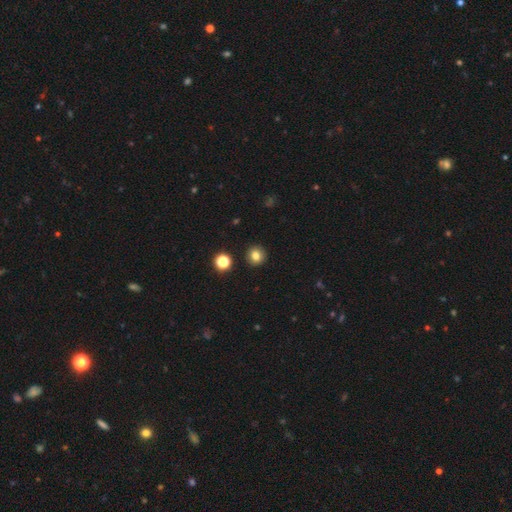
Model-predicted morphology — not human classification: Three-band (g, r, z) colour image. It shows a smooth galaxy with no disk features (81%) that is round (93%). Merging: none (92%).